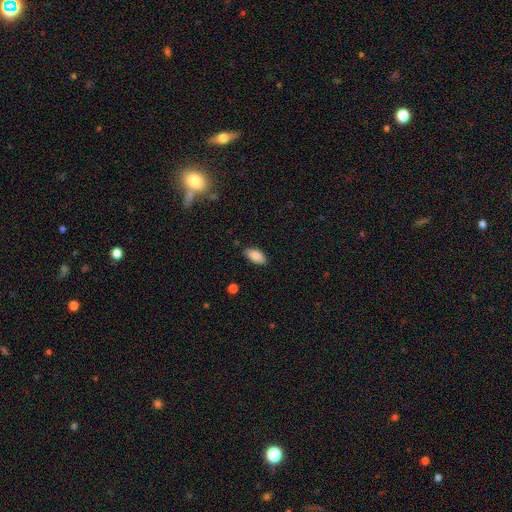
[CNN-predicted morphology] A smooth galaxy with no disk features (87%) that is in between round and cigar-shaped (93%). Merging: none (82%).